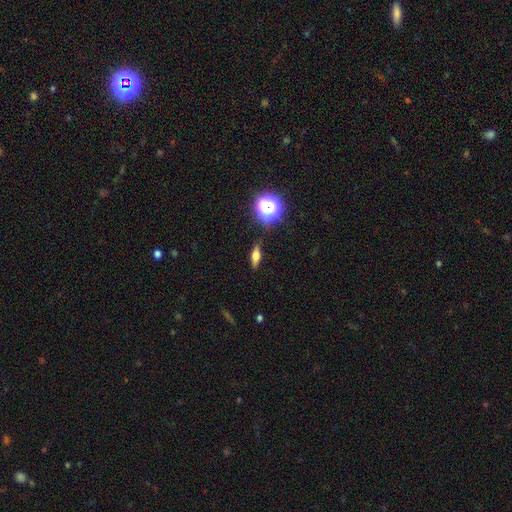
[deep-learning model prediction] The model was most divided on "smooth or featured": smooth: 47%, featured or disk: 38%, star or artifact: 15%. More confident: merging — none (86%).